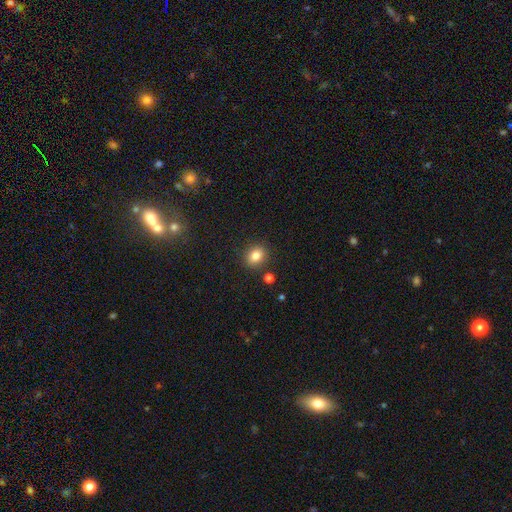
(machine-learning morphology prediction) Smooth or featured?
  - smooth: 82% *
  - star or artifact: 11%
  - featured or disk: 7%
How rounded?
  - round: 61% *
  - in between: 38%
  - cigar-shaped: 1%
Merging?
  - none: 86% *
  - minor disturbance: 8%
  - merger: 3%
  - major disturbance: 2%